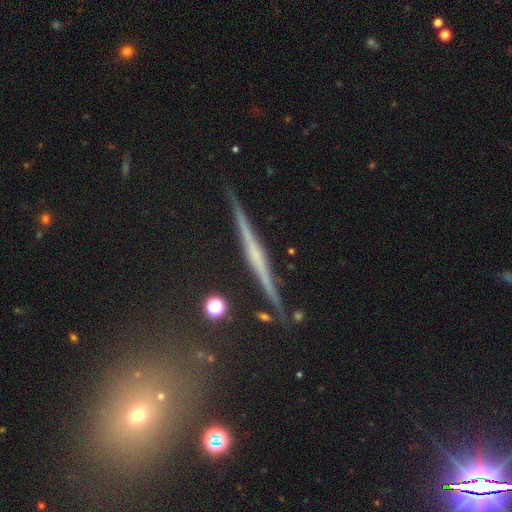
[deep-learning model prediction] Smooth or featured: featured or disk — 74% (smooth — 18%)
Edge-on disk: yes — 98% (no — 2%)
Edge-on bulge: none — 62% (rounded — 26%)
Merging: none — 88% (minor disturbance — 8%)